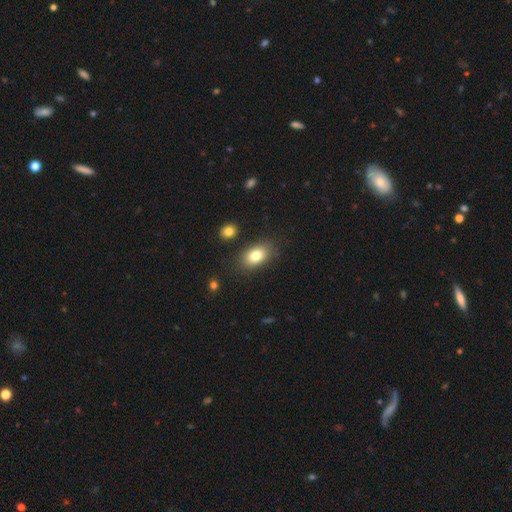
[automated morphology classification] The model was most divided on "smooth or featured": smooth: 81%, featured or disk: 11%, star or artifact: 9%. More confident: how rounded — in between (88%); merging — none (83%).